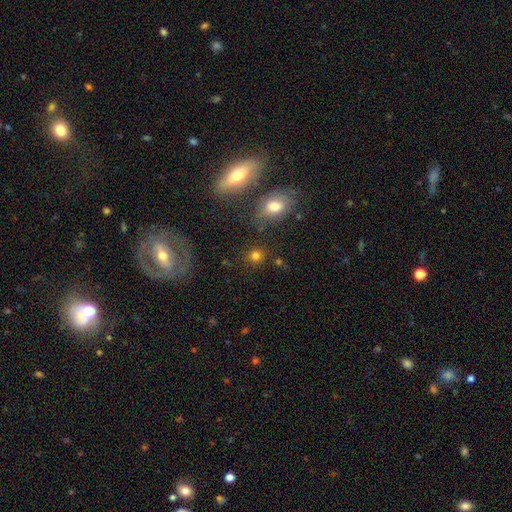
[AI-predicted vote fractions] Smooth or featured? Predicted: smooth (p=0.78). How rounded? Predicted: round (p=0.85). Merging? Predicted: none (p=0.83).